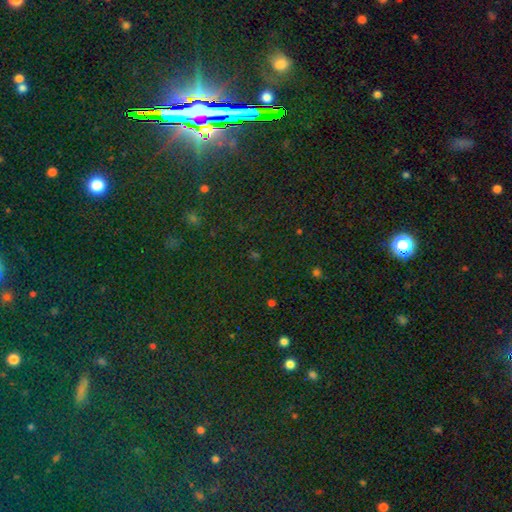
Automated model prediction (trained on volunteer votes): smooth-or-featured: star or artifact: 82% | smooth: 10% | featured or disk: 8%